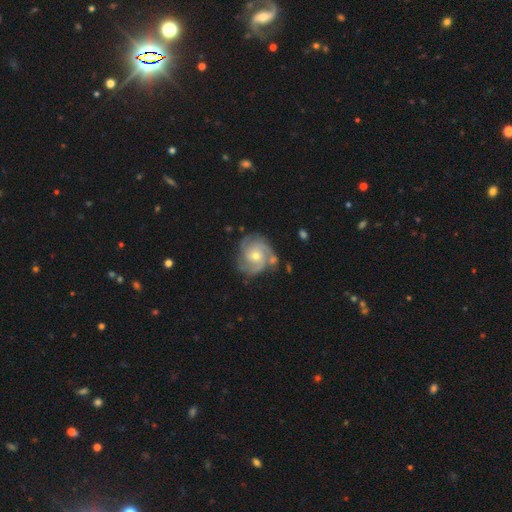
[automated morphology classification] A featured or disk galaxy (87%) with no bar (70%), 3 (47%) tight (54%) spiral arms (97%) and a small central bulge (56%).

Vote fractions:
- Smooth or featured? featured or disk: 87% / smooth: 9% / star or artifact: 5%
- Edge-on disk? no: 98% / yes: 2%
- Bar? no: 70% / weak: 25% / strong: 4%
- Spiral arms? yes: 97% / no: 3%
- Spiral winding? tight: 54% / medium: 39% / loose: 7%
- Spiral arm count? 3: 47% / 2: 24% / can't tell: 12% / 4: 8% / 1: 4% / more than 4: 4%
- Bulge size? small: 56% / moderate: 41% / large: 2% / none: 1% / dominant: 1%
- Merging? none: 67% / minor disturbance: 19% / major disturbance: 7% / merger: 7%